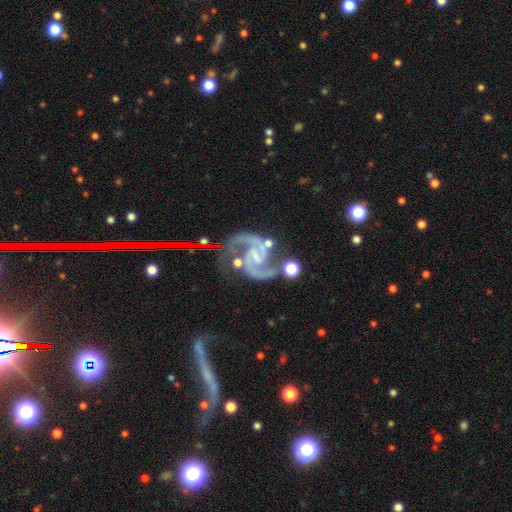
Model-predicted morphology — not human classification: A featured or disk galaxy (94%) with a weak bar (48%), 2 (94%) medium (66%) spiral arms (99%) and a small central bulge (54%). Merging: none (64%).